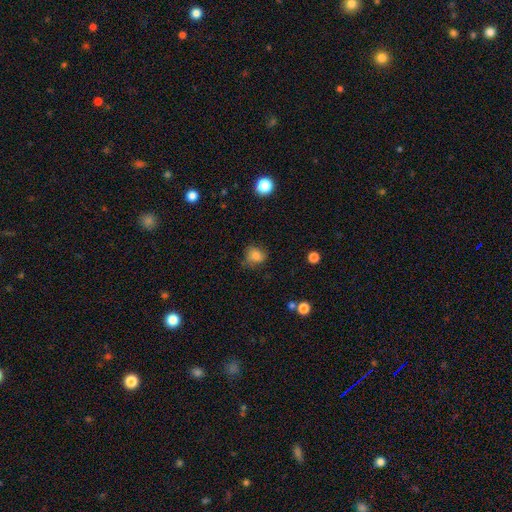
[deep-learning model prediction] Smooth or featured?
  - smooth: 78% *
  - star or artifact: 11%
  - featured or disk: 11%
How rounded?
  - round: 69% *
  - in between: 30%
  - cigar-shaped: 1%
Merging?
  - none: 63% *
  - minor disturbance: 26%
  - major disturbance: 8%
  - merger: 2%